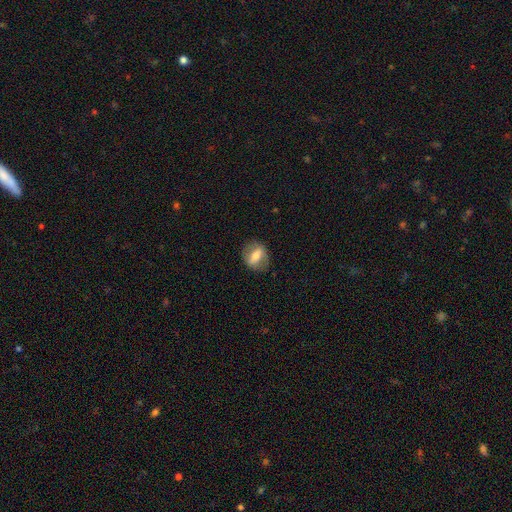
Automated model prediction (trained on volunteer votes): Q: Smooth or featured?
A: smooth (48%); runner-up: featured or disk (45%)
Q: Merging?
A: none (81%); runner-up: minor disturbance (12%)